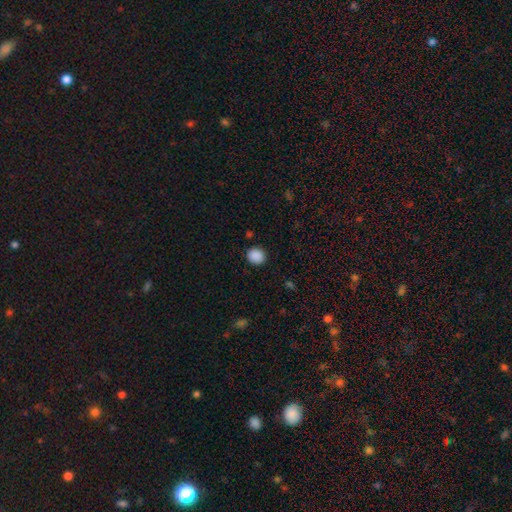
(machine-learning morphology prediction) A smooth galaxy with no disk features (89%) that is round (79%). Merging: none (90%).